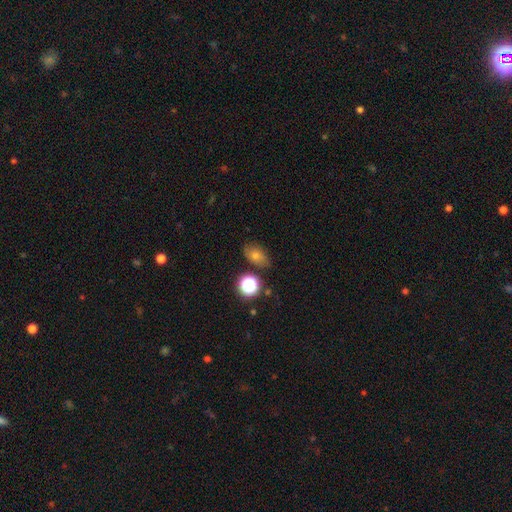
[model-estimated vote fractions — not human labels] Smooth or featured? smooth (52%)
How rounded? in between (67%)
Merging? none (79%)